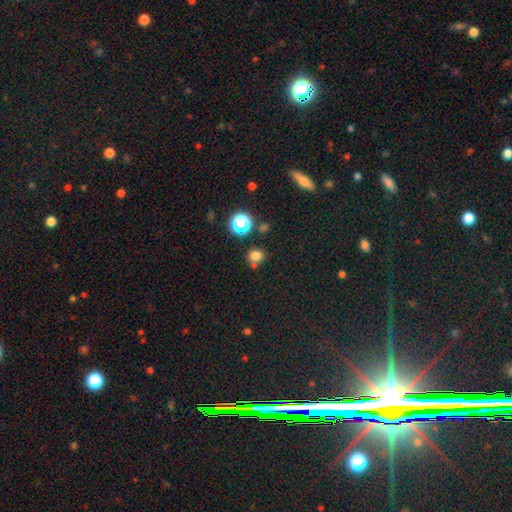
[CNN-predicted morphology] smooth_or_featured: smooth (p=0.73) [alt: star or artifact p=0.20]
how_rounded: round (p=0.69) [alt: in between p=0.30]
merging: none (p=0.68) [alt: merger p=0.15]